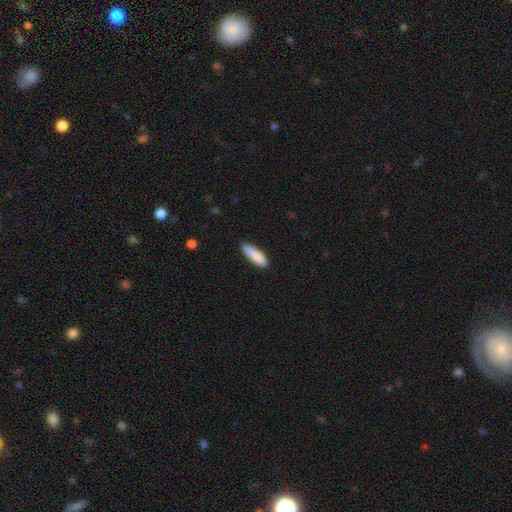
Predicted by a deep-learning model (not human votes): Smooth or featured: smooth — 88% (featured or disk — 6%)
How rounded: cigar-shaped — 52% (in between — 46%)
Merging: none — 82% (minor disturbance — 15%)